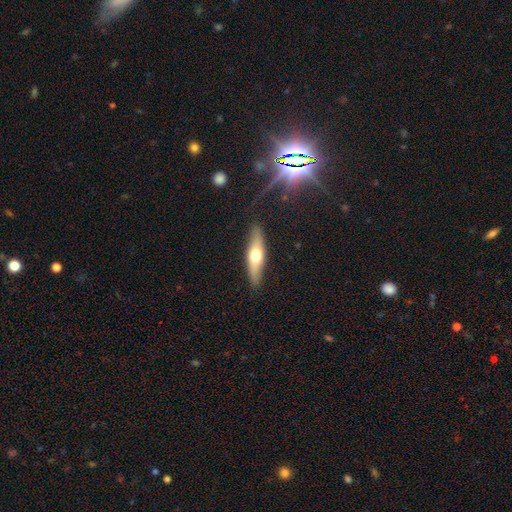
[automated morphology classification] Q: Smooth or featured?
A: smooth (49%); runner-up: featured or disk (46%)
Q: Merging?
A: none (87%); runner-up: minor disturbance (10%)